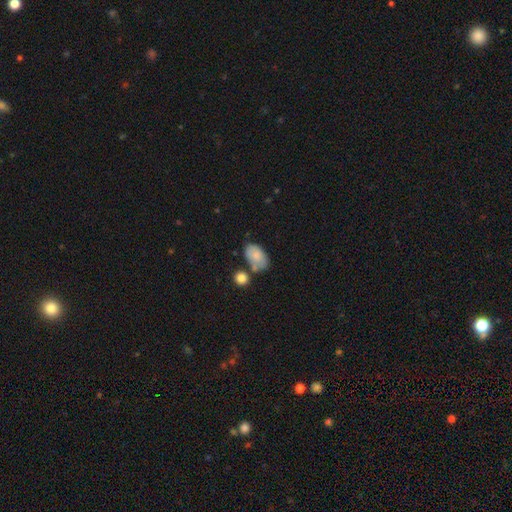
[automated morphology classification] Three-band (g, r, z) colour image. It shows a smooth galaxy with no disk features (78%) that is in between round and cigar-shaped (90%). Merging: none (47%).